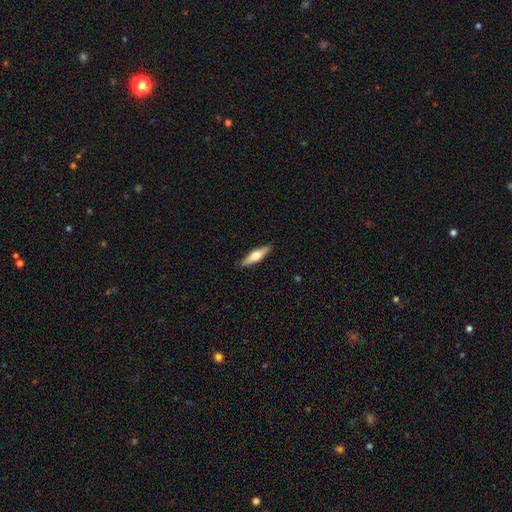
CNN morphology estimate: smooth 49%, featured or disk 46%, star or artifact 5%. Down the decision tree: merging — none (90%).